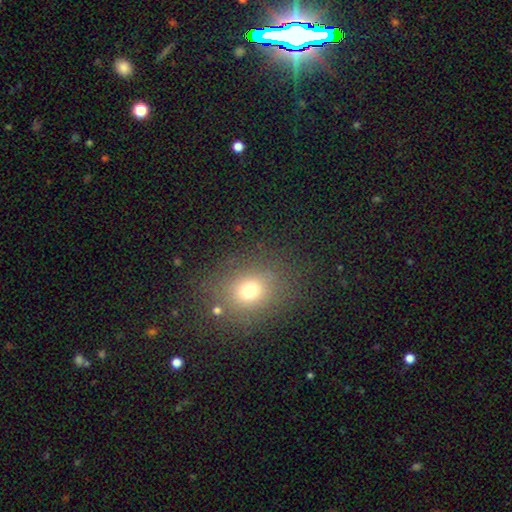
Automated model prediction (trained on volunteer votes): Smooth or featured? Predicted: smooth (p=0.57). How rounded? Predicted: round (p=0.67). Merging? Predicted: none (p=0.88).